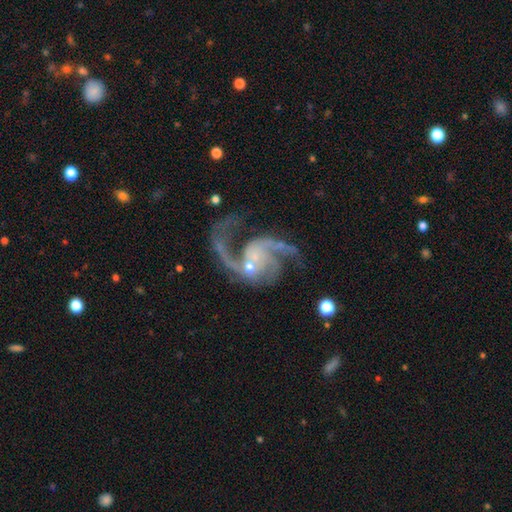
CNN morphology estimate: A featured or disk galaxy (91%) with no bar (65%), 2 (69%) medium (47%) spiral arms (98%) and a small central bulge (68%). Merging: none (54%).